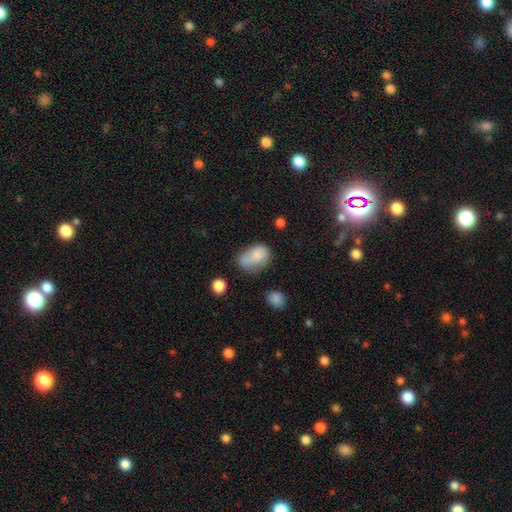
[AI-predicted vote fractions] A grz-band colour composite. It shows a smooth galaxy with no disk features (75%) that is in between round and cigar-shaped (78%). Merging: merger (33%).